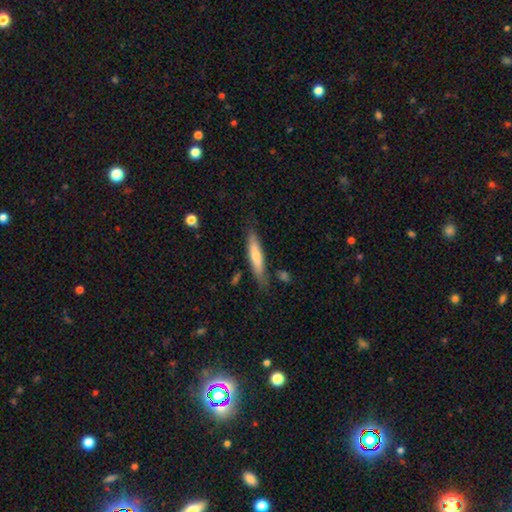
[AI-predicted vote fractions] Smooth or featured? smooth (63%)
How rounded? cigar-shaped (87%)
Merging? none (78%)